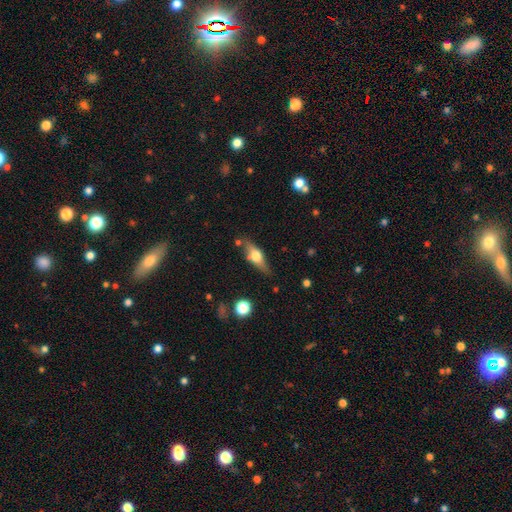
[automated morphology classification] Q: Smooth or featured?
A: featured or disk (51%); runner-up: smooth (42%)
Q: Edge-on disk?
A: yes (88%); runner-up: no (12%)
Q: Merging?
A: none (77%); runner-up: minor disturbance (16%)